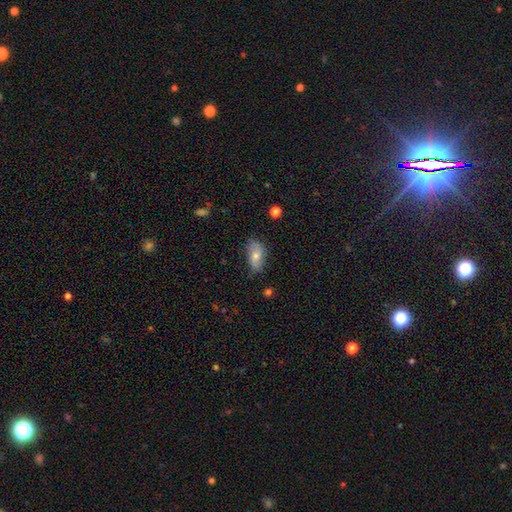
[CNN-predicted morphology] A smooth galaxy with no disk features (61%) that is in between round and cigar-shaped (89%). Merging: none (68%).